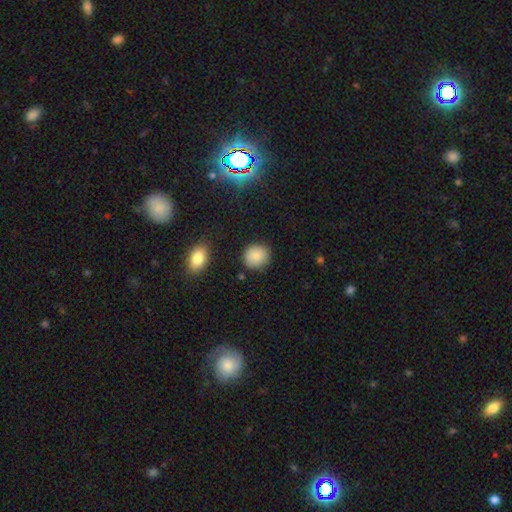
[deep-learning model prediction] Smooth or featured? smooth (86%)
How rounded? round (80%)
Merging? none (84%)